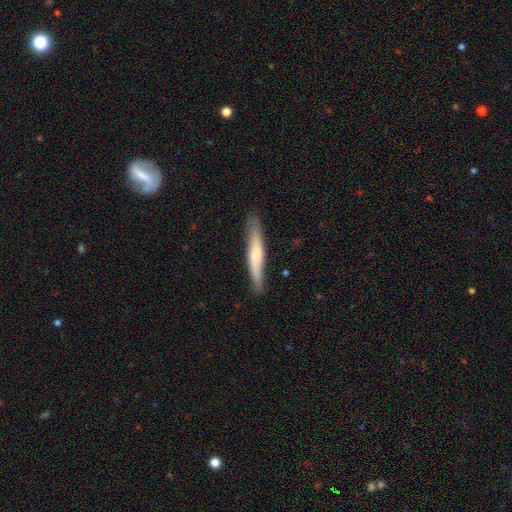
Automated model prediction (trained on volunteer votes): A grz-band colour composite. It shows a smooth galaxy with no disk features (55%) that is cigar-shaped (93%). Merging: none (84%).